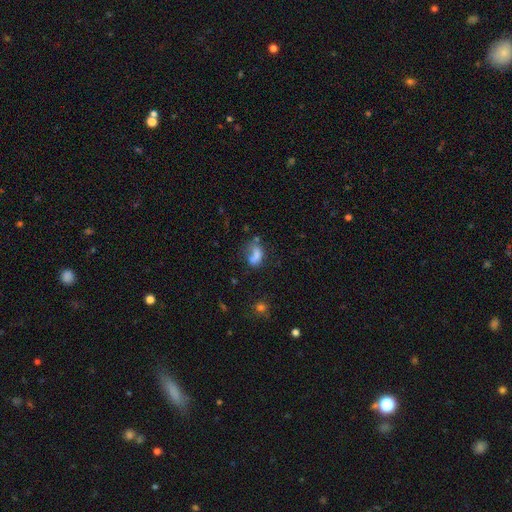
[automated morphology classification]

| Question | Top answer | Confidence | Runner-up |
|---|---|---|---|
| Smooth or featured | smooth | 68% | featured or disk (19%) |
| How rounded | in between | 81% | round (16%) |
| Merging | none | 30% | major disturbance (28%) |